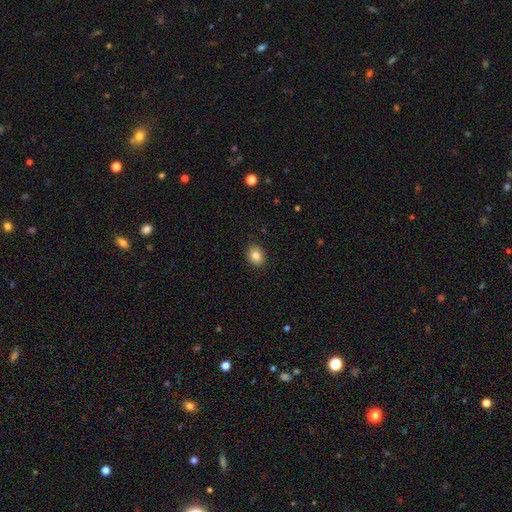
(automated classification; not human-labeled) Smooth or featured: smooth — 85% (star or artifact — 9%)
How rounded: in between — 53% (round — 46%)
Merging: none — 87% (minor disturbance — 10%)